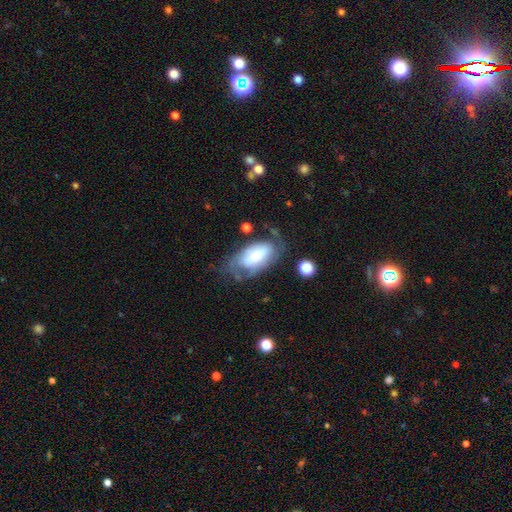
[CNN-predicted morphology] Smooth or featured?
  - smooth: 48% *
  - featured or disk: 44%
  - star or artifact: 8%
Merging?
  - none: 43% *
  - minor disturbance: 29%
  - major disturbance: 24%
  - merger: 4%